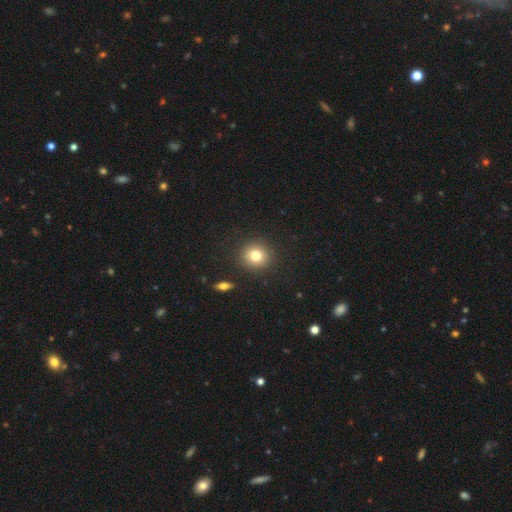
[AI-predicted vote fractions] The model was most divided on "smooth or featured": smooth: 79%, star or artifact: 11%, featured or disk: 10%. More confident: merging — none (89%); how rounded — round (88%).